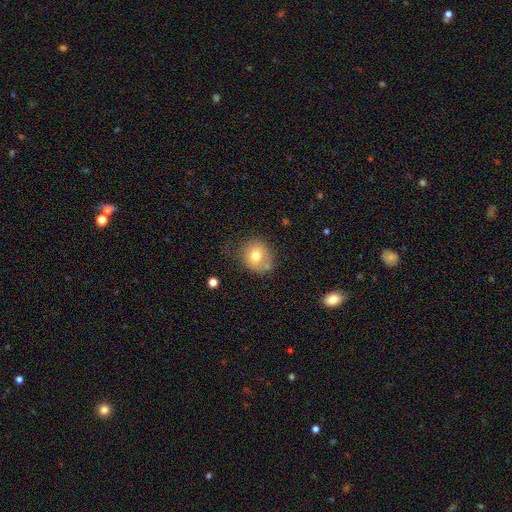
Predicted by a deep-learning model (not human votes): Overall: smooth (74%). How rounded: round (72%). Merging: none (60%; minor disturbance 24%).